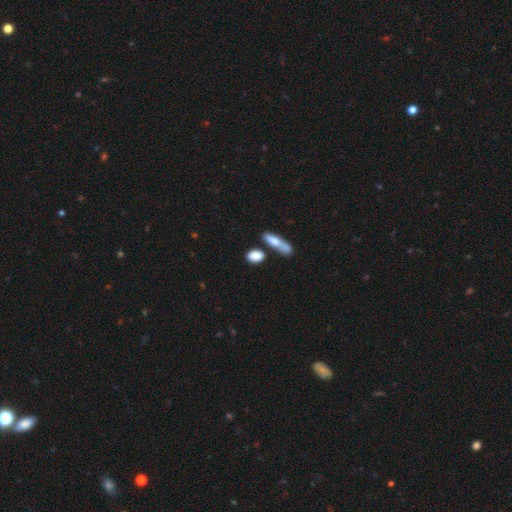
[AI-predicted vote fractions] Smooth or featured? smooth (85%)
How rounded? in between (70%)
Merging? none (58%)